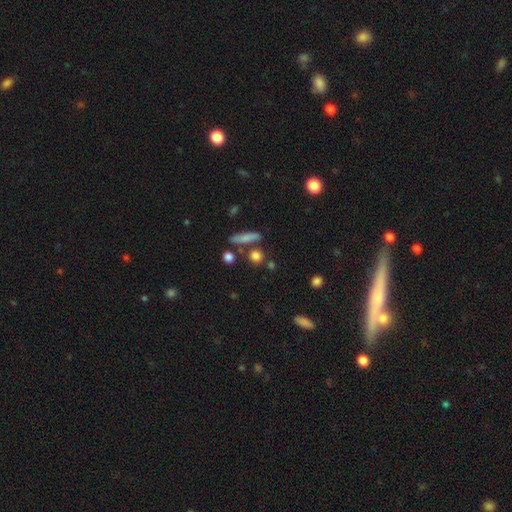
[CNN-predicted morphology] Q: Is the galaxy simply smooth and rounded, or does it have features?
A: smooth — 80%.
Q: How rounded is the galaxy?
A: round — 75%.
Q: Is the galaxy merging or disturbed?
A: none — 74%.